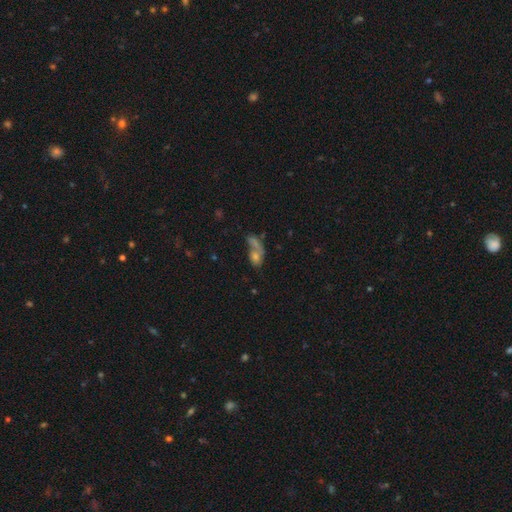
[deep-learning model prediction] This appears to be a smooth galaxy with no disk features (63%) that is in between round and cigar-shaped (73%). Merging: merger (51%).